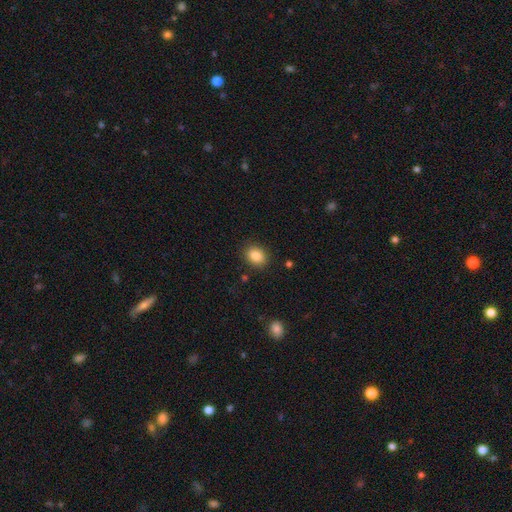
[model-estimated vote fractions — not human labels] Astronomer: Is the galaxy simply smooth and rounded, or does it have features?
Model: smooth — 87%.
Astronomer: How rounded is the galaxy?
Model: in between — 61% (runner-up: round, 38%).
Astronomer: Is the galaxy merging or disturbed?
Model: none — 87%.